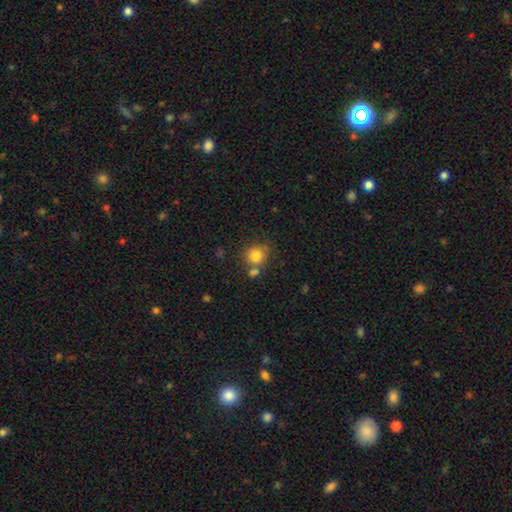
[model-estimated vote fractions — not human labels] Smooth or featured?
  - smooth: 81% *
  - star or artifact: 11%
  - featured or disk: 8%
How rounded?
  - round: 84% *
  - in between: 15%
  - cigar-shaped: 1%
Merging?
  - none: 65% *
  - merger: 19%
  - minor disturbance: 12%
  - major disturbance: 4%